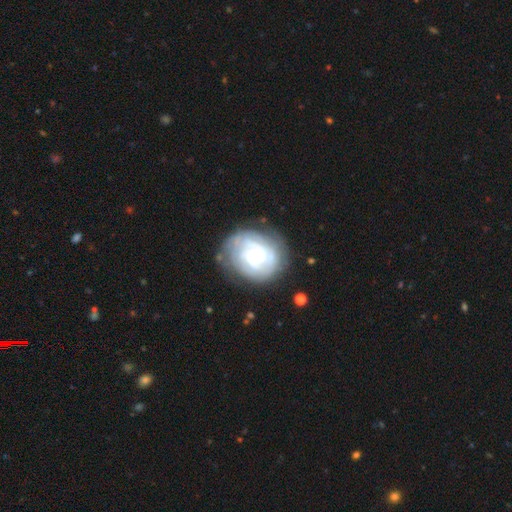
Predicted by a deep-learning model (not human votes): The model was most divided on "spiral arm count": can't tell: 55%, 2: 18%, 3: 10%, 4: 6%, 1: 5%, more than 4: 4%. More confident: edge-on disk — no (98%); spiral arms — yes (78%); bar — no (76%); spiral winding — tight (73%); smooth or featured — featured or disk (71%); merging — none (67%); bulge size — small (66%).